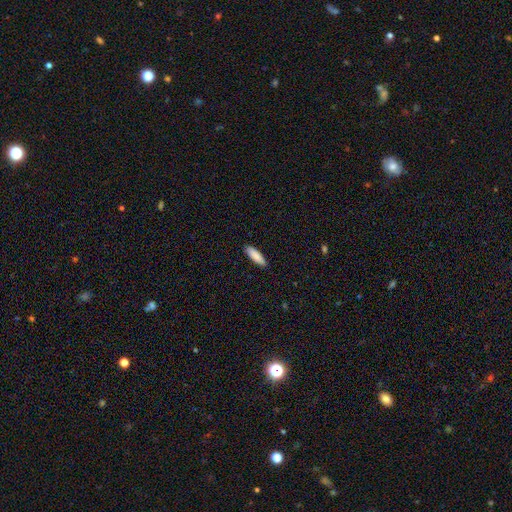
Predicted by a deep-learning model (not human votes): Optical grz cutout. It shows a smooth galaxy with no disk features (88%) that is cigar-shaped (57%). Merging: none (89%).